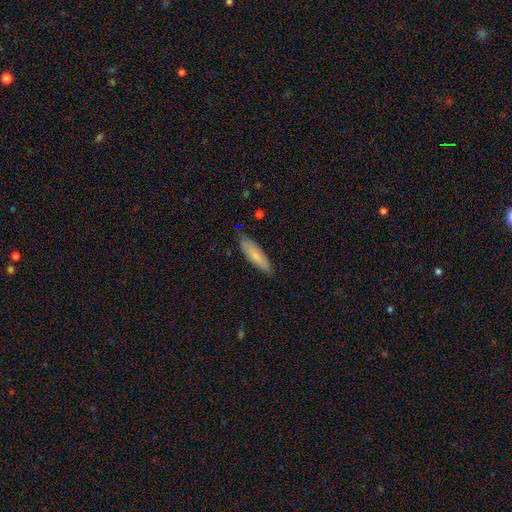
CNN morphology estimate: Q: Smooth or featured?
A: smooth (77%); runner-up: featured or disk (17%)
Q: How rounded?
A: cigar-shaped (65%); runner-up: in between (33%)
Q: Merging?
A: none (83%); runner-up: minor disturbance (14%)